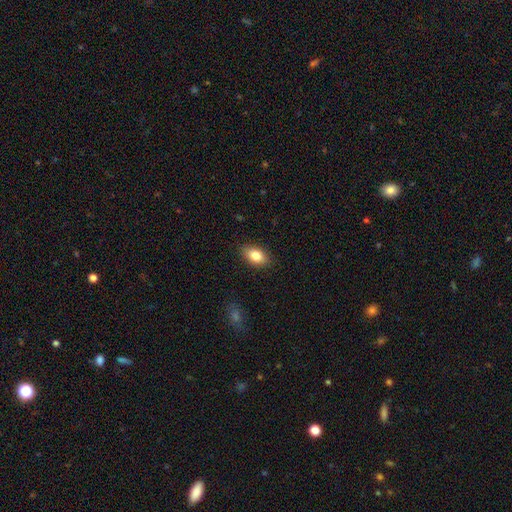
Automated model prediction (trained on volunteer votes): This is clearly a smooth galaxy (84%). How rounded: clearly in between (89%). Merging: clearly none (87%).